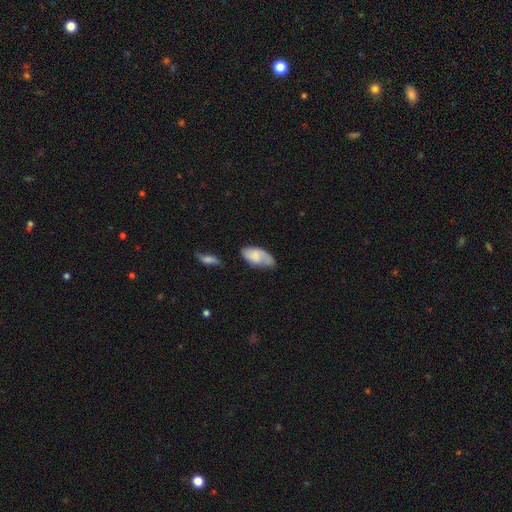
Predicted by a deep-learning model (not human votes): A smooth galaxy with no disk features (68%) that is in between round and cigar-shaped (93%). Merging: none (49%).